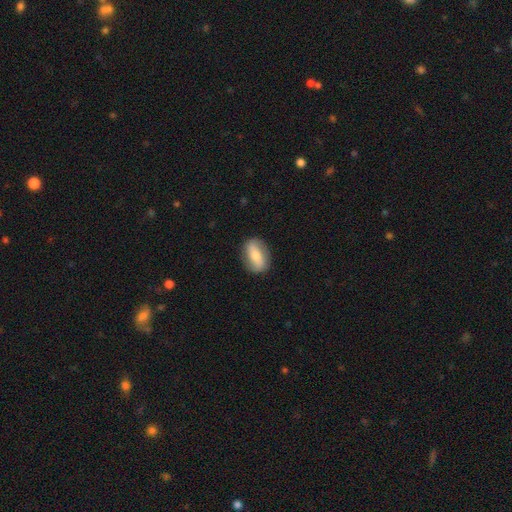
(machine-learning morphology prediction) Q: Smooth or featured?
A: smooth (52%); runner-up: featured or disk (41%)
Q: How rounded?
A: in between (82%); runner-up: round (13%)
Q: Merging?
A: none (84%); runner-up: minor disturbance (11%)